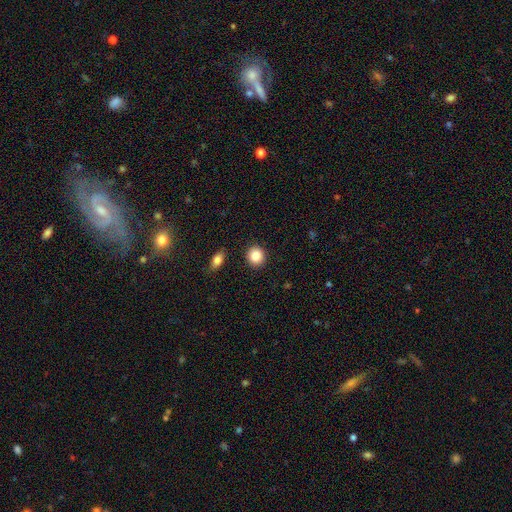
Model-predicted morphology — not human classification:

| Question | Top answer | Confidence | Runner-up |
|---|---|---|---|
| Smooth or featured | smooth | 86% | star or artifact (9%) |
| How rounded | round | 86% | in between (13%) |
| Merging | none | 91% | minor disturbance (6%) |